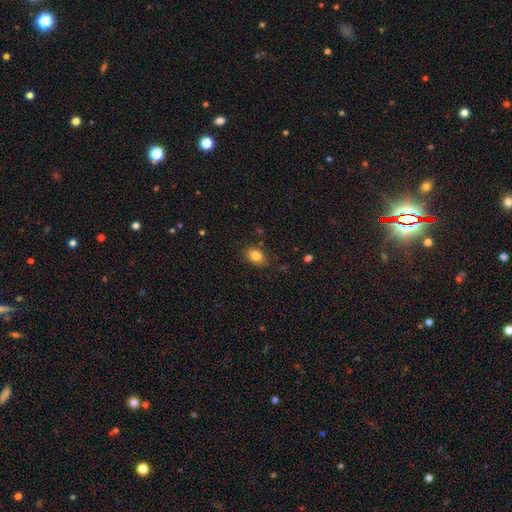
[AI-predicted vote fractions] smooth-or-featured: smooth: 83% | star or artifact: 10% | featured or disk: 7%
  how-rounded: in between: 78% | round: 21% | cigar-shaped: 1%
  merging: none: 82% | minor disturbance: 13% | major disturbance: 3% | merger: 2%